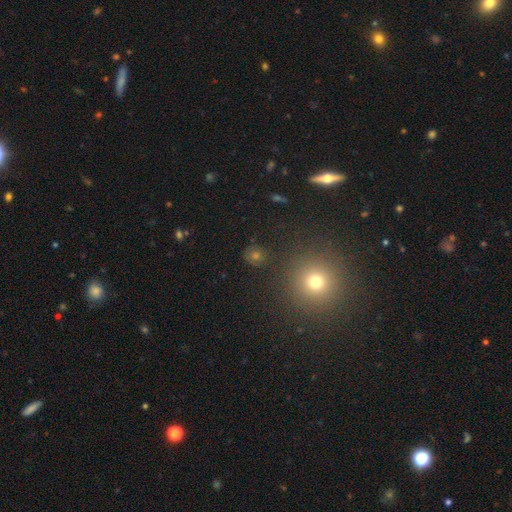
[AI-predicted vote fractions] Smooth or featured?
  - smooth: 54% *
  - star or artifact: 37%
  - featured or disk: 8%
How rounded?
  - round: 88% *
  - in between: 10%
  - cigar-shaped: 1%
Merging?
  - none: 87% *
  - minor disturbance: 7%
  - major disturbance: 3%
  - merger: 2%